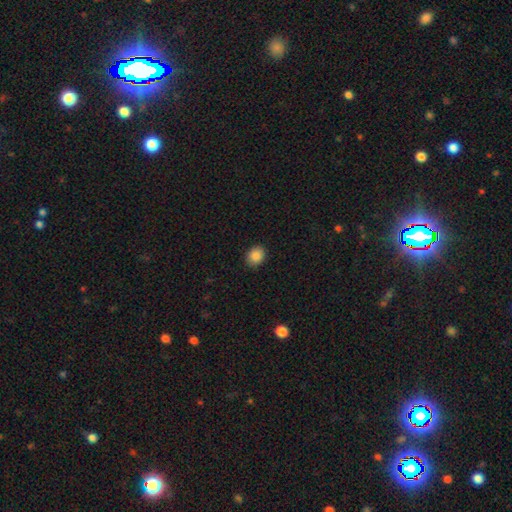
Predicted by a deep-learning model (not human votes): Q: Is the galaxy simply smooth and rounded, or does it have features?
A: smooth — 86%.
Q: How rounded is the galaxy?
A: round — 50%.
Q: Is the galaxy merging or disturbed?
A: none — 89%.